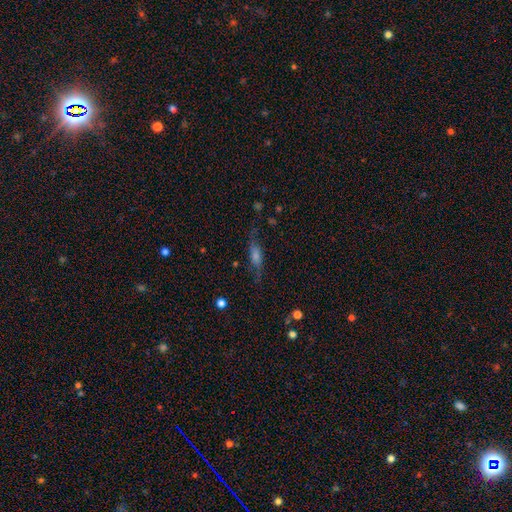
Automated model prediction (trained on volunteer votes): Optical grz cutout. It shows a featured or disk galaxy (53%) viewed edge-on (51%). Merging: none (67%).